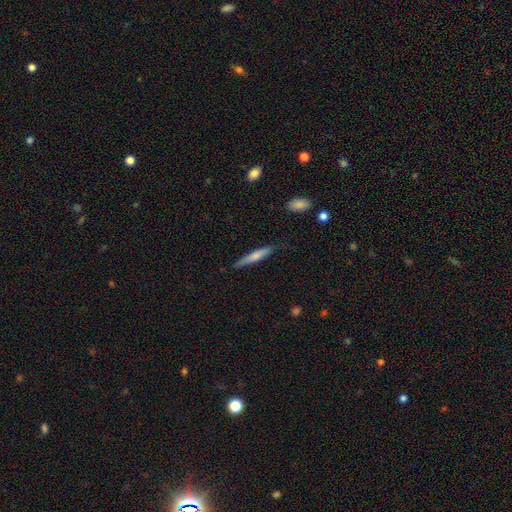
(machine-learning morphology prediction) Smooth or featured: smooth — 62% (featured or disk — 32%)
How rounded: cigar-shaped — 92% (in between — 6%)
Merging: none — 82% (minor disturbance — 14%)